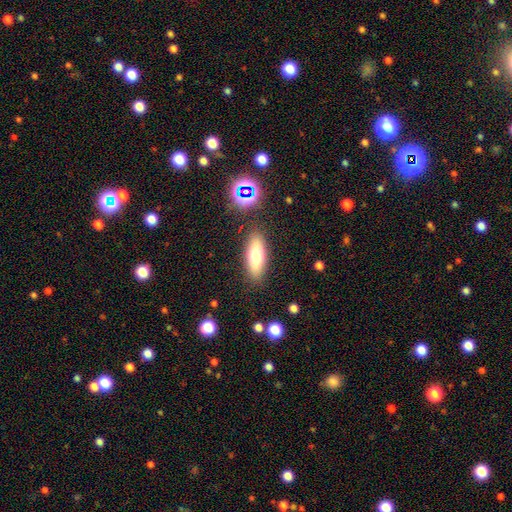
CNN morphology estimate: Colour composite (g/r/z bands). It shows a smooth galaxy with no disk features (66%) that is in between round and cigar-shaped (67%). Merging: none (85%).